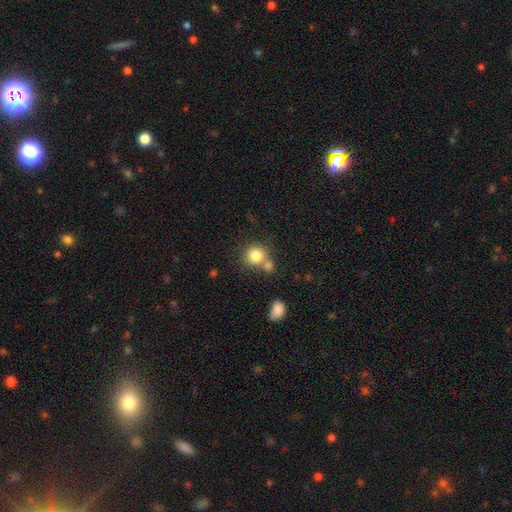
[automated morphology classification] smooth-or-featured: smooth: 81% | star or artifact: 10% | featured or disk: 8%
  how-rounded: round: 86% | in between: 13% | cigar-shaped: 1%
  merging: none: 55% | merger: 31% | minor disturbance: 10% | major disturbance: 4%